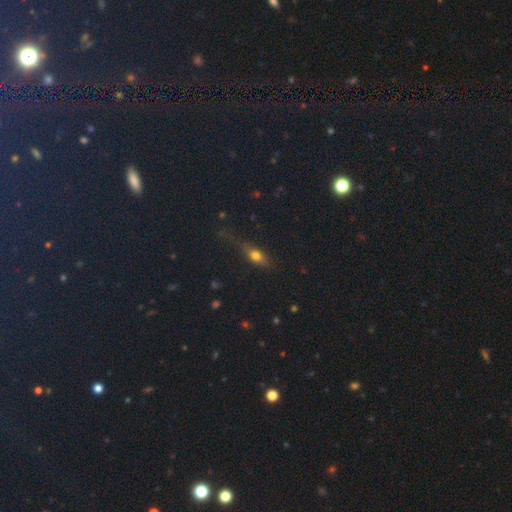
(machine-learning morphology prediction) Smooth or featured? Predicted: smooth (p=0.67). How rounded? Predicted: in between (p=0.61). Merging? Predicted: none (p=0.56).